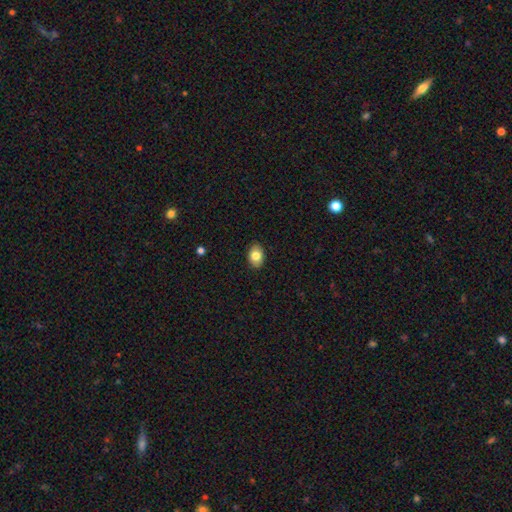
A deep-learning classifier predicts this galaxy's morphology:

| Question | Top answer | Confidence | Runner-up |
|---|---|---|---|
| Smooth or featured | smooth | 81% | featured or disk (11%) |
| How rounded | in between | 81% | round (18%) |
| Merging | none | 88% | minor disturbance (9%) |